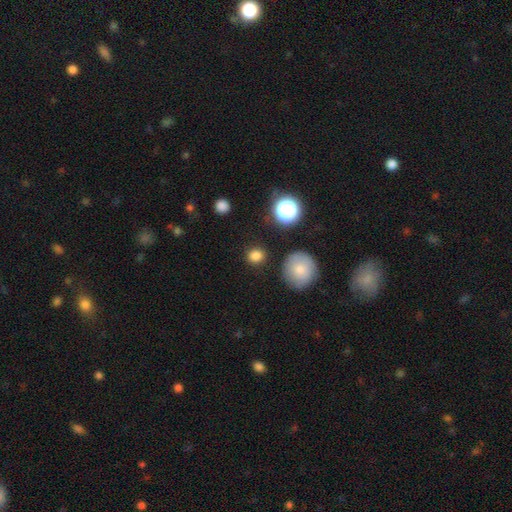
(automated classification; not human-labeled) Q: Smooth or featured?
A: smooth (81%); runner-up: star or artifact (14%)
Q: How rounded?
A: round (88%); runner-up: in between (11%)
Q: Merging?
A: none (87%); runner-up: minor disturbance (8%)